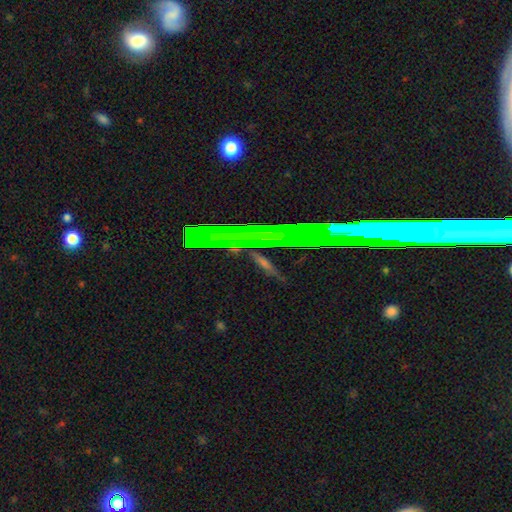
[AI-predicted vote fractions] A star or artifact, not a galaxy (49%).